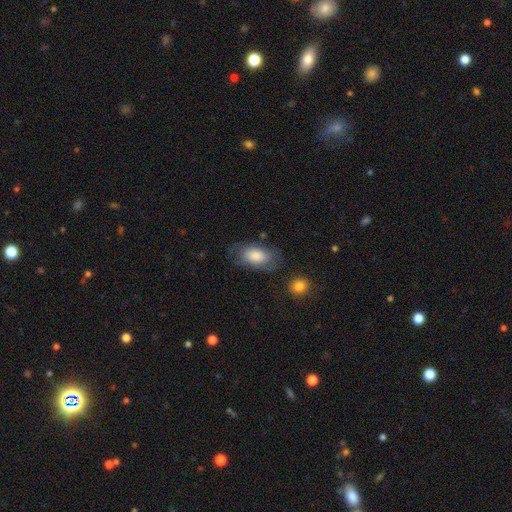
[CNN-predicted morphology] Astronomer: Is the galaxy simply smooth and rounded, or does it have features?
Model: smooth — 71%.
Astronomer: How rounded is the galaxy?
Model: in between — 92%.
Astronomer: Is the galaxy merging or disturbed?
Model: none — 66%.